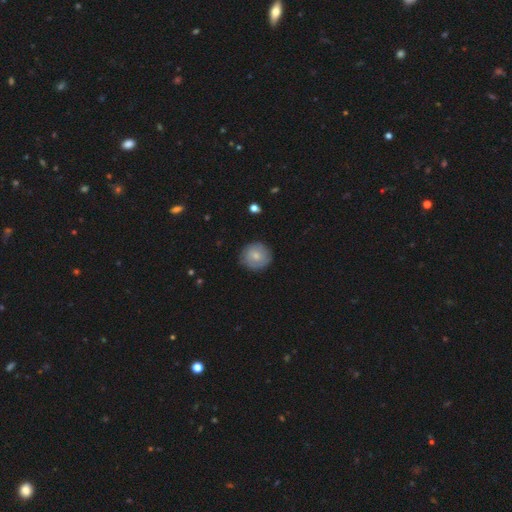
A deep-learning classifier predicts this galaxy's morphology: This appears to be a smooth galaxy with no disk features (63%) that is round (90%). Merging: none (84%).